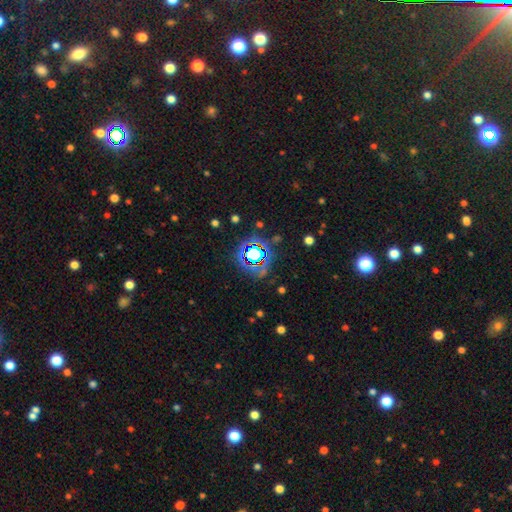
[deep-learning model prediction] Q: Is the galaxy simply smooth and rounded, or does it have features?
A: star or artifact — 76%.